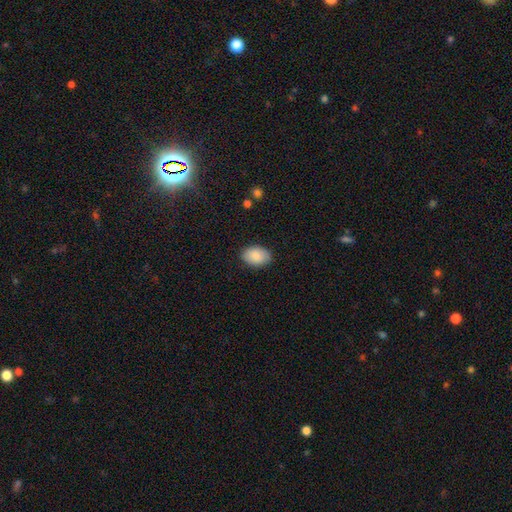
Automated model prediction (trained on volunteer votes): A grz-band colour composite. It shows a smooth galaxy with no disk features (86%) that is in between round and cigar-shaped (86%). Merging: none (85%).